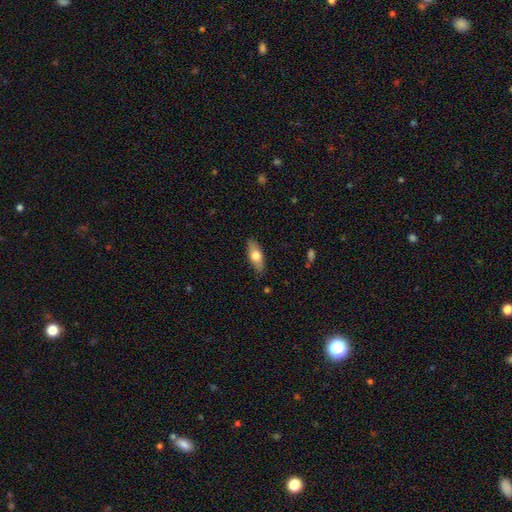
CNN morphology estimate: type=smooth (65%); roundness=in between (72%); merging=none (84%).